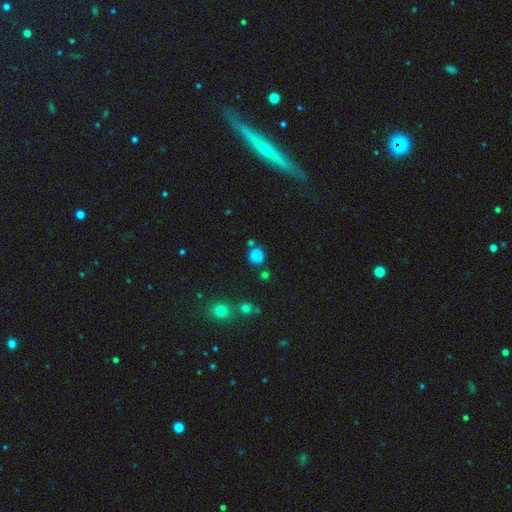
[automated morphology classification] Smooth or featured? smooth (73%)
How rounded? round (77%)
Merging? none (64%)